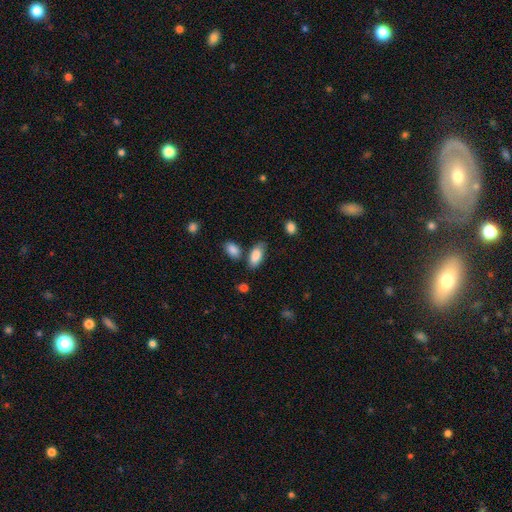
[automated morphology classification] Smooth or featured? Predicted: smooth (p=0.86). How rounded? Predicted: in between (p=0.91). Merging? Predicted: none (p=0.69).